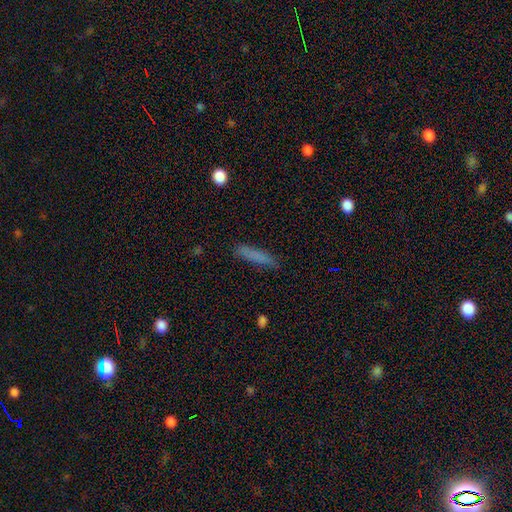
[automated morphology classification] This is likely a smooth galaxy (78%). How rounded: clearly cigar-shaped (86%). Merging: clearly none (82%).